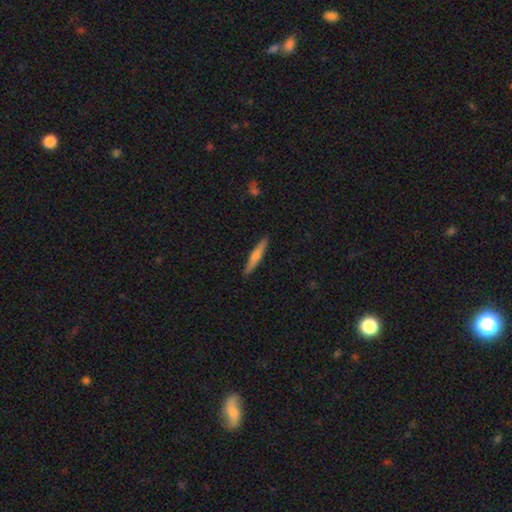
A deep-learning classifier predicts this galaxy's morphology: smooth_or_featured: featured or disk (p=0.47) [tied with: smooth p=0.47]
merging: none (p=0.91) [alt: minor disturbance p=0.07]